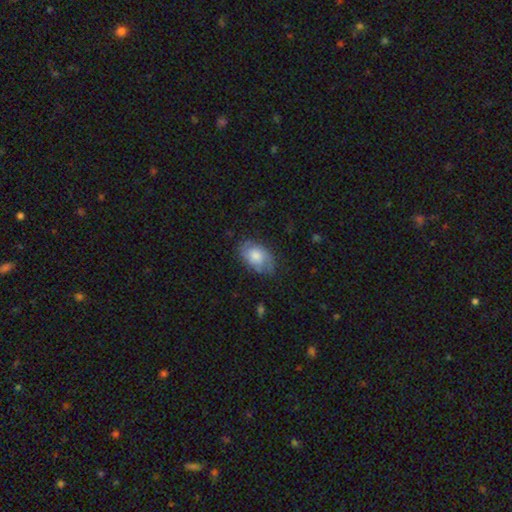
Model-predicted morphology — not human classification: Q: Smooth or featured?
A: smooth (62%); runner-up: featured or disk (31%)
Q: How rounded?
A: in between (89%); runner-up: round (10%)
Q: Merging?
A: none (69%); runner-up: minor disturbance (23%)